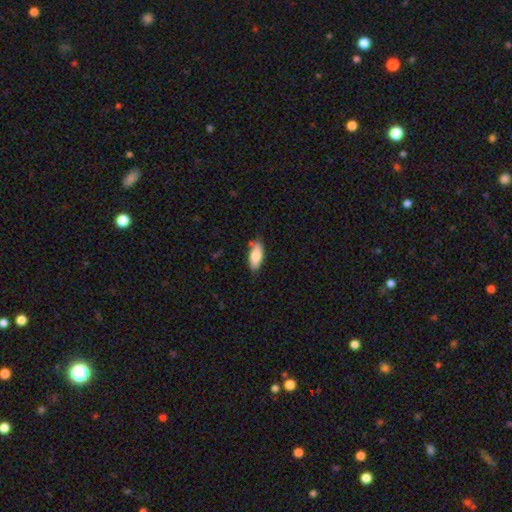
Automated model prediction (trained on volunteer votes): Smooth or featured: smooth — 82% (featured or disk — 11%)
How rounded: in between — 80% (cigar-shaped — 18%)
Merging: none — 76% (minor disturbance — 18%)